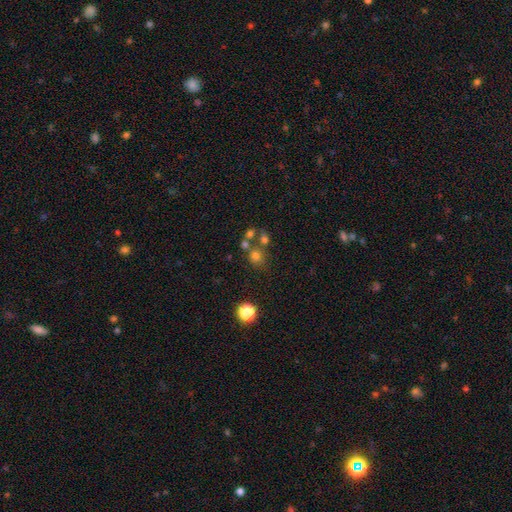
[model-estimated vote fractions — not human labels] The model was most divided on "merging": none: 58%, merger: 26%, minor disturbance: 11%, major disturbance: 6%. More confident: how rounded — round (82%); smooth or featured — smooth (70%).